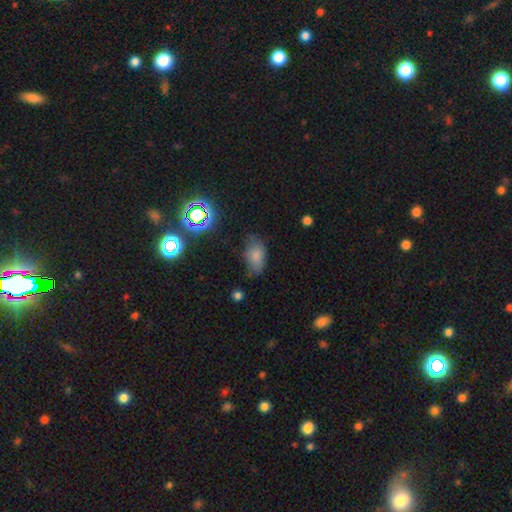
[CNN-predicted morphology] Smooth or featured: smooth — 75% (star or artifact — 14%)
How rounded: in between — 90% (round — 8%)
Merging: none — 62% (minor disturbance — 27%)